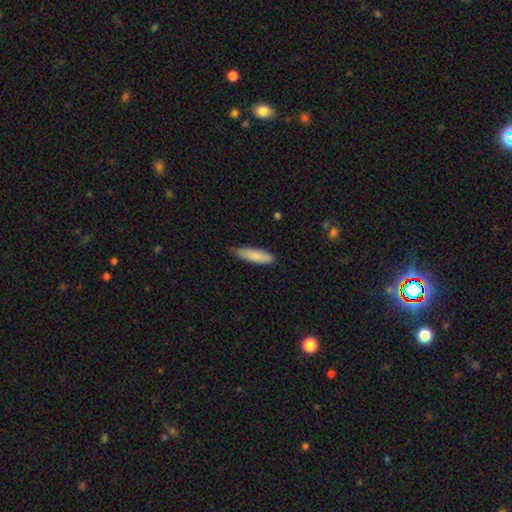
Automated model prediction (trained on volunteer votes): Smooth or featured? Predicted: smooth (p=0.85). How rounded? Predicted: cigar-shaped (p=0.67). Merging? Predicted: none (p=0.78).